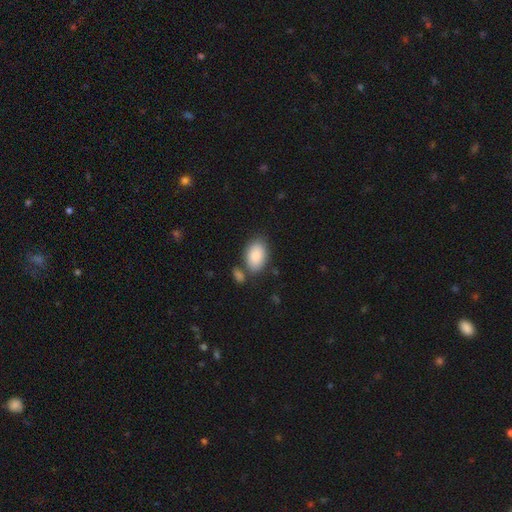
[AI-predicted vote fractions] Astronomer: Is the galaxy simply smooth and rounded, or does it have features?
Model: smooth — 86%.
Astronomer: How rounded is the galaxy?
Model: in between — 91%.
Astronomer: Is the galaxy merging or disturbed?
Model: none — 69%.